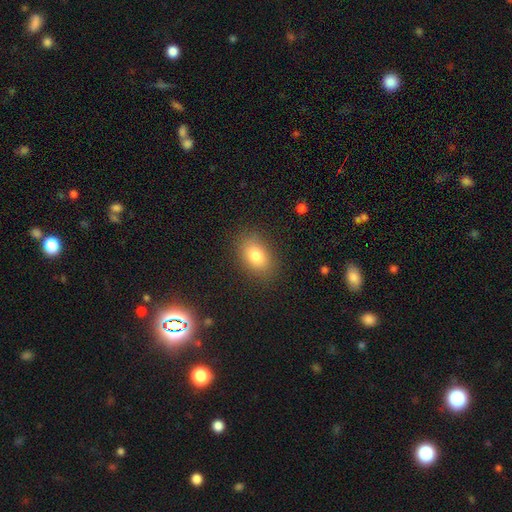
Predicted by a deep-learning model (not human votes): A smooth galaxy with no disk features (80%) that is in between round and cigar-shaped (80%). Merging: none (85%).